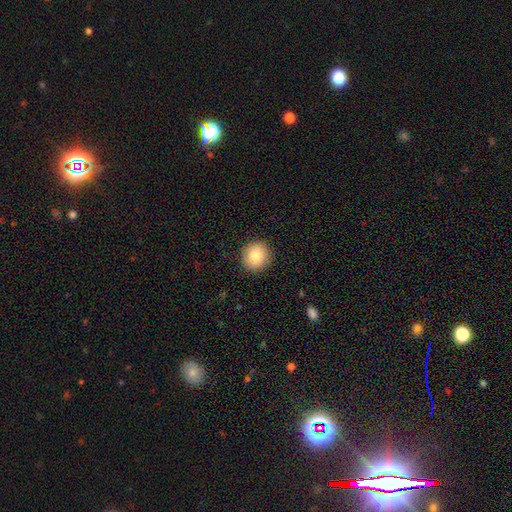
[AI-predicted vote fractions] A smooth galaxy with no disk features (84%) that is round (92%). Merging: none (92%).